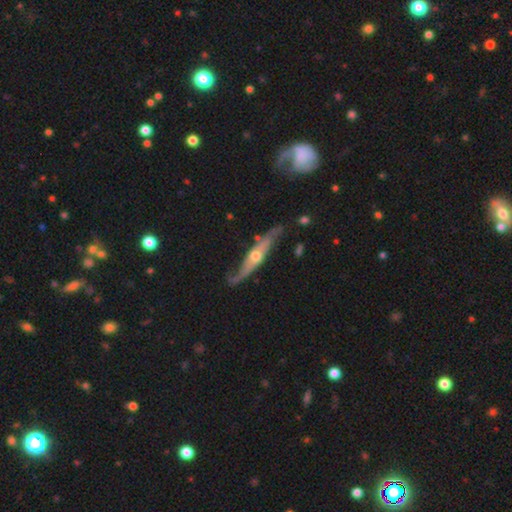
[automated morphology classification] This is likely a featured or disk galaxy (75%). It is likely viewed edge-on (65%). Merging: likely none (64%).